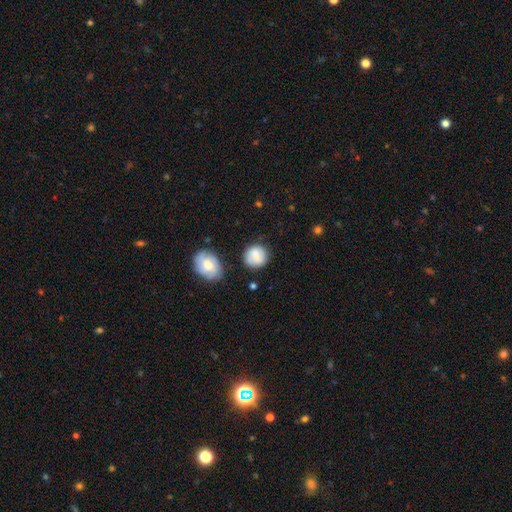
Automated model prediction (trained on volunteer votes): smooth 69%, featured or disk 23%, star or artifact 7%. Down the decision tree: how rounded — round (85%); merging — none (73%).